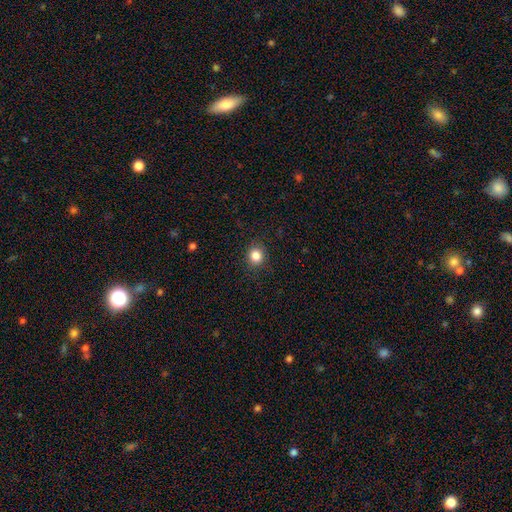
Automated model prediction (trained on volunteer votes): A smooth galaxy with no disk features (84%) that is round (86%).

Vote fractions:
- Smooth or featured? smooth: 84% / star or artifact: 11% / featured or disk: 4%
- How rounded? round: 86% / in between: 13% / cigar-shaped: 1%
- Merging? none: 90% / minor disturbance: 7% / major disturbance: 2% / merger: 1%